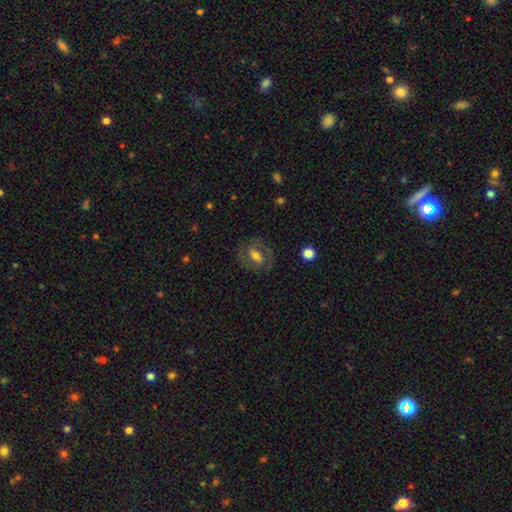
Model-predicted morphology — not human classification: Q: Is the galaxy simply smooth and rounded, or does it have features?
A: featured or disk — 55%.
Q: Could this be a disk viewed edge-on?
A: no — 94%.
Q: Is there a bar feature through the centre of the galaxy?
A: weak — 40%.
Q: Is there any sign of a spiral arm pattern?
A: yes — 59%.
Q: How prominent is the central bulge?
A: moderate — 57%.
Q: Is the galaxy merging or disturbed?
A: none — 75%.